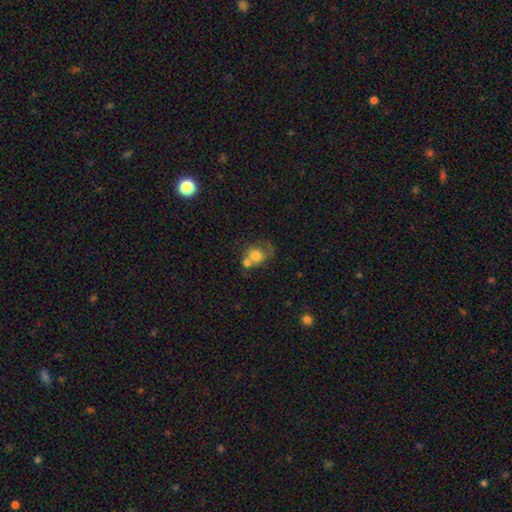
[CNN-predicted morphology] Smooth or featured? smooth (68%)
How rounded? round (72%)
Merging? merger (48%)